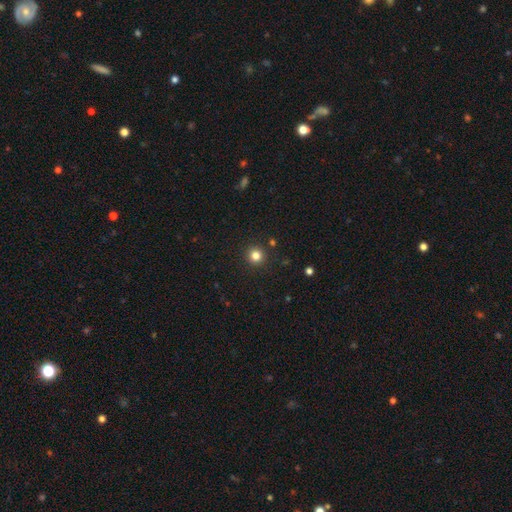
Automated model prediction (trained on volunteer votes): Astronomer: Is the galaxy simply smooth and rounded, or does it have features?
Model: smooth — 82%.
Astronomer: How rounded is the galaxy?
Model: round — 94%.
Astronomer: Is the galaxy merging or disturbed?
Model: none — 92%.